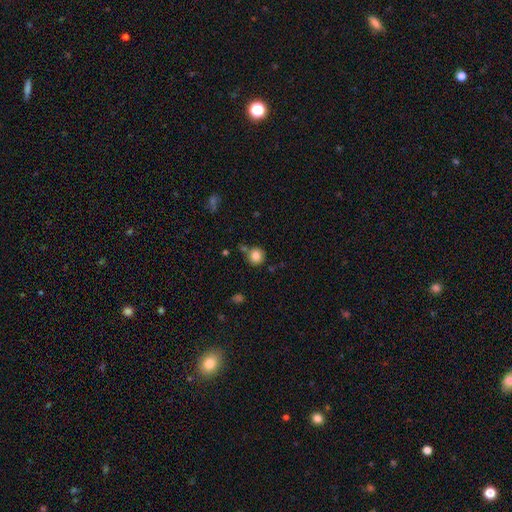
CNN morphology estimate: Smooth or featured? smooth (84%)
How rounded? round (89%)
Merging? none (75%)